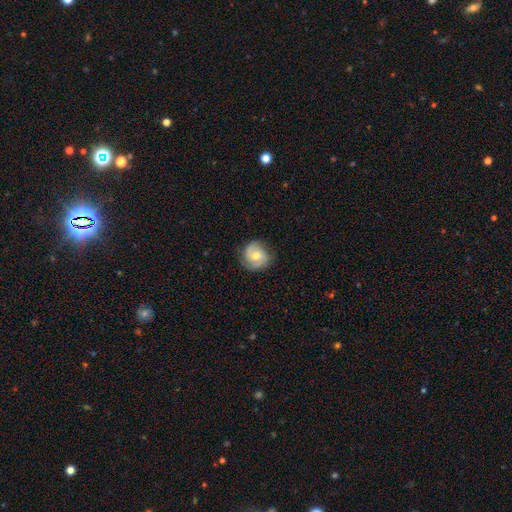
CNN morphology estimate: Smooth or featured?
  - featured or disk: 62% *
  - smooth: 31%
  - star or artifact: 7%
Edge-on disk?
  - no: 97% *
  - yes: 3%
Bar?
  - no: 53% *
  - weak: 38%
  - strong: 9%
Spiral arms?
  - yes: 89% *
  - no: 11%
Spiral winding?
  - medium: 43% *
  - tight: 41%
  - loose: 16%
Spiral arm count?
  - 2: 81% *
  - can't tell: 9%
  - 1: 4%
  - 3: 3%
  - 4: 1%
  - more than 4: 1%
Bulge size?
  - moderate: 68% *
  - small: 25%
  - large: 4%
  - none: 2%
  - dominant: 1%
Merging?
  - none: 78% *
  - minor disturbance: 16%
  - major disturbance: 5%
  - merger: 1%